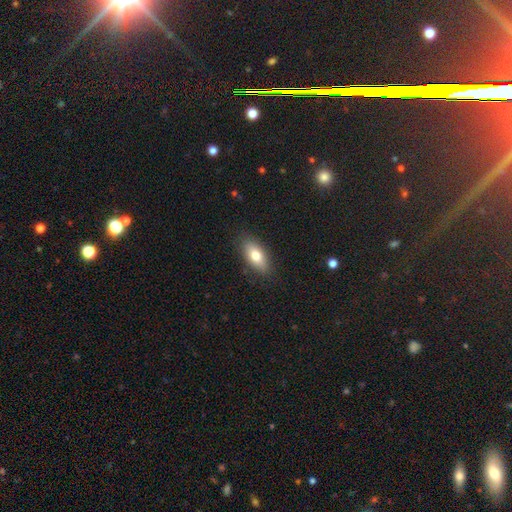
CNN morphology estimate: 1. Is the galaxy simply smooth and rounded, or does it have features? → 77% smooth, 16% featured or disk, 7% star or artifact.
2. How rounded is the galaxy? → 86% in between, 11% cigar-shaped, 4% round.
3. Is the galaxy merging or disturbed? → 86% none, 11% minor disturbance, 2% major disturbance, 1% merger.